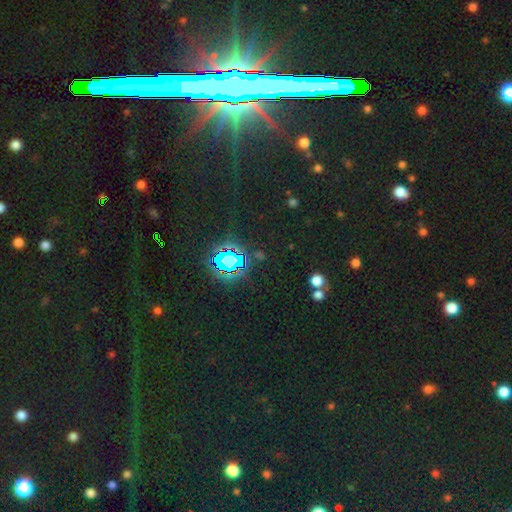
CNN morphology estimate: Smooth or featured?
  - star or artifact: 77% *
  - smooth: 15%
  - featured or disk: 8%